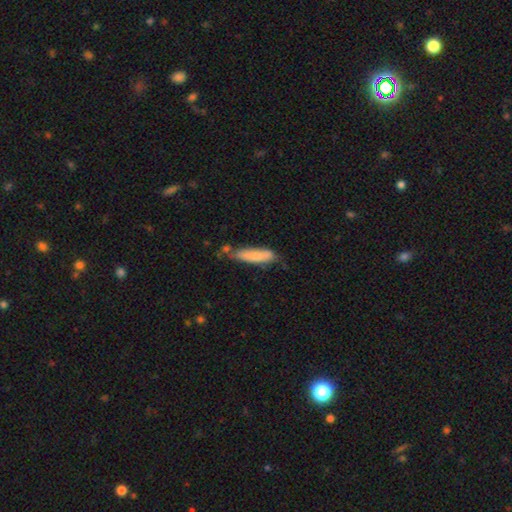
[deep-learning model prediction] Overall: smooth (78%). How rounded: cigar-shaped (74%). Merging: none (57%; minor disturbance 28%).